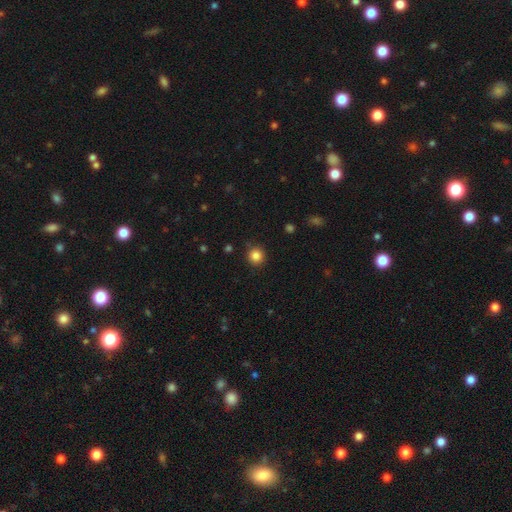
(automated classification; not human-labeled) This appears to be a smooth galaxy with no disk features (86%) that is round (93%). Merging: none (90%).